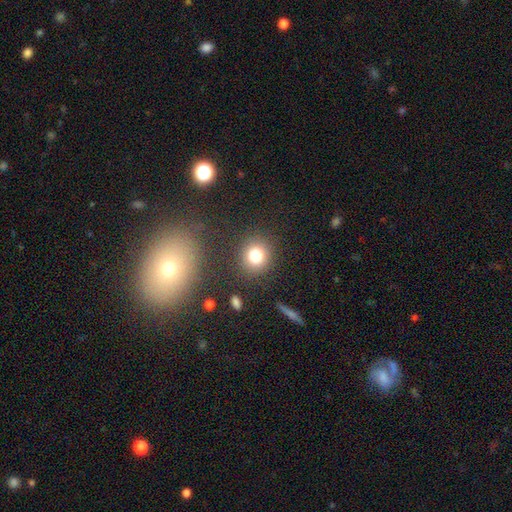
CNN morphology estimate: Smooth or featured: smooth — 80% (star or artifact — 12%)
How rounded: round — 82% (in between — 17%)
Merging: none — 85% (minor disturbance — 9%)